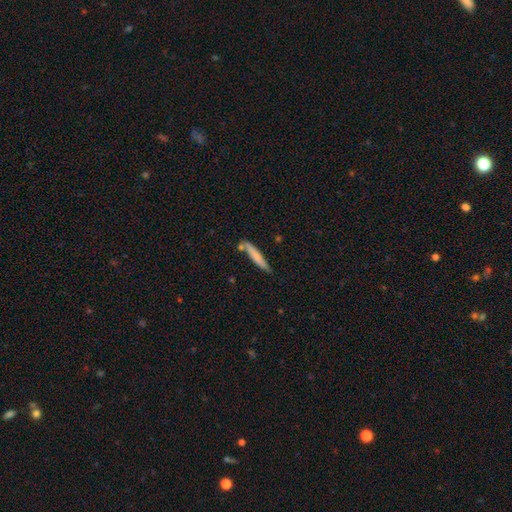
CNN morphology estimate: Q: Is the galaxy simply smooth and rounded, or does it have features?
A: smooth — 71%.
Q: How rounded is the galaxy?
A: cigar-shaped — 92%.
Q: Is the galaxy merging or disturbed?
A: none — 69%.